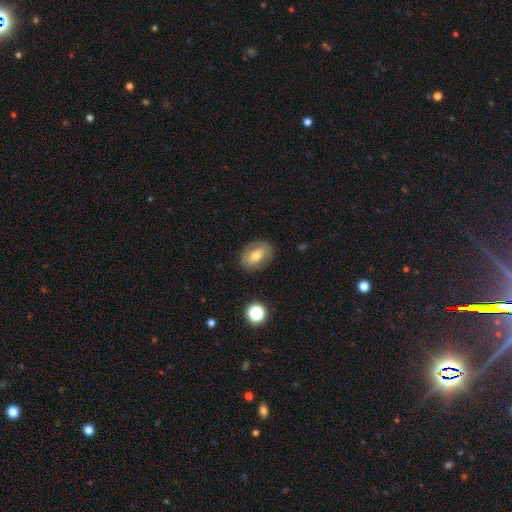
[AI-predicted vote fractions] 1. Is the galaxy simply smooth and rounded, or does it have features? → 65% smooth, 26% featured or disk, 9% star or artifact.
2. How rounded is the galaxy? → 79% in between, 20% round, 2% cigar-shaped.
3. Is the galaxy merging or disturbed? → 83% none, 12% minor disturbance, 4% major disturbance, 1% merger.